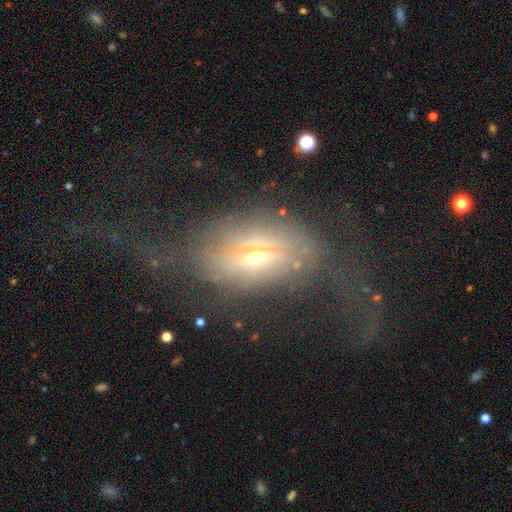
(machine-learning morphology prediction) featured or disk 56%, smooth 31%, star or artifact 13%. Down the decision tree: edge-on disk — no (67%); merging — major disturbance (49%).